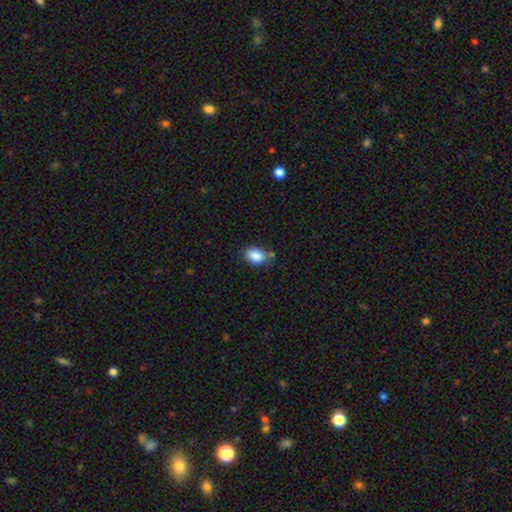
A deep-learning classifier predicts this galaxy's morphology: Smooth or featured? Predicted: smooth (p=0.87). How rounded? Predicted: in between (p=0.83). Merging? Predicted: none (p=0.69).